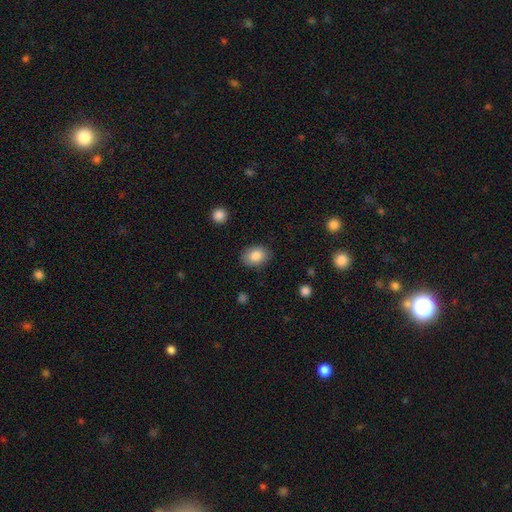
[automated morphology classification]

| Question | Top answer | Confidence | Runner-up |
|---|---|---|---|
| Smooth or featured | smooth | 85% | star or artifact (8%) |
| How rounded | in between | 69% | round (30%) |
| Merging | none | 84% | minor disturbance (12%) |